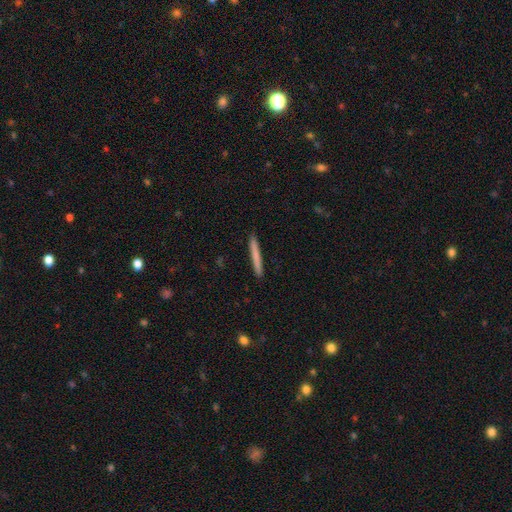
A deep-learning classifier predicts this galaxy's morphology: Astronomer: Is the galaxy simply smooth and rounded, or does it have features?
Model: smooth — 74%.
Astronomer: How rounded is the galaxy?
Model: cigar-shaped — 97%.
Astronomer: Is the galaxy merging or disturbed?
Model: none — 93%.